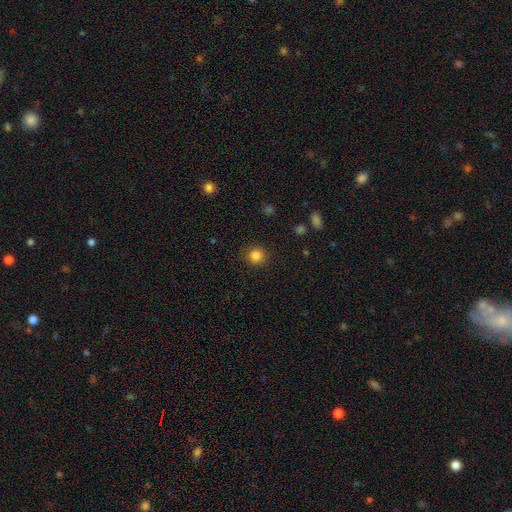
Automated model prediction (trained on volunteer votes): Smooth or featured? Predicted: smooth (p=0.85). How rounded? Predicted: round (p=0.92). Merging? Predicted: none (p=0.90).